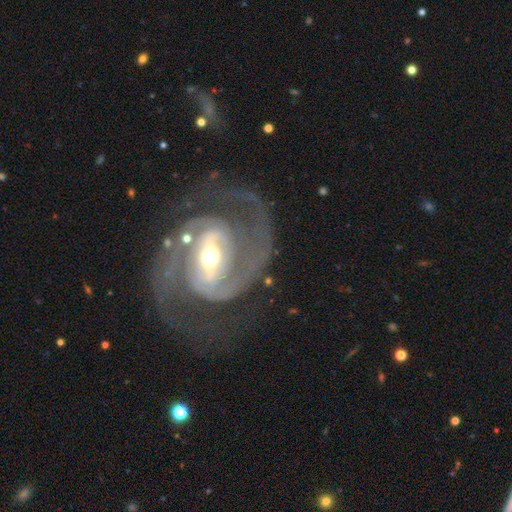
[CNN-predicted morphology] type=featured or disk (91%); edge-on=no (97%); bar=strong (52%); spiral arms=yes (98%); winding=medium (53%); arm count=2 (90%); bulge=moderate (51%); merging=none (75%).